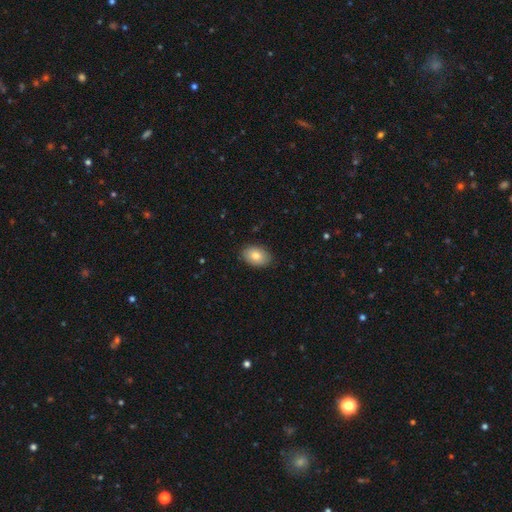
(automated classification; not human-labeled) smooth-or-featured: smooth: 82% | featured or disk: 11% | star or artifact: 7%
  how-rounded: in between: 87% | round: 12% | cigar-shaped: 1%
  merging: none: 86% | minor disturbance: 11% | major disturbance: 2% | merger: 1%